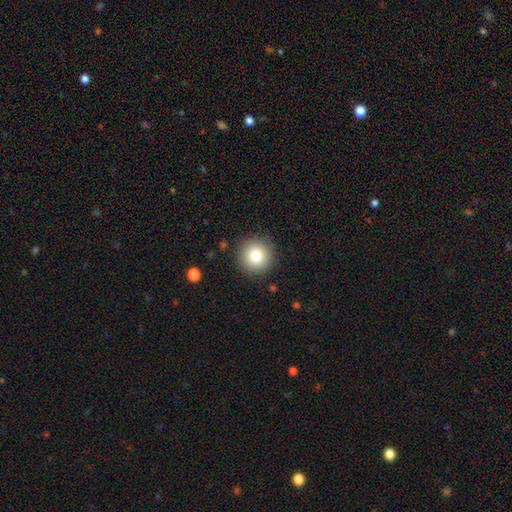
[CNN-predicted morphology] smooth_or_featured: smooth (p=0.80) [alt: star or artifact p=0.11]
how_rounded: round (p=0.95) [alt: in between p=0.04]
merging: none (p=0.90) [alt: minor disturbance p=0.06]